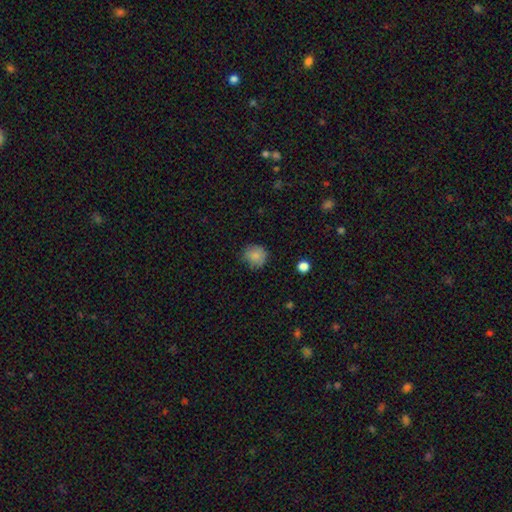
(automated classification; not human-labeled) Smooth or featured? Predicted: smooth (p=0.85). How rounded? Predicted: round (p=0.89). Merging? Predicted: none (p=0.79).